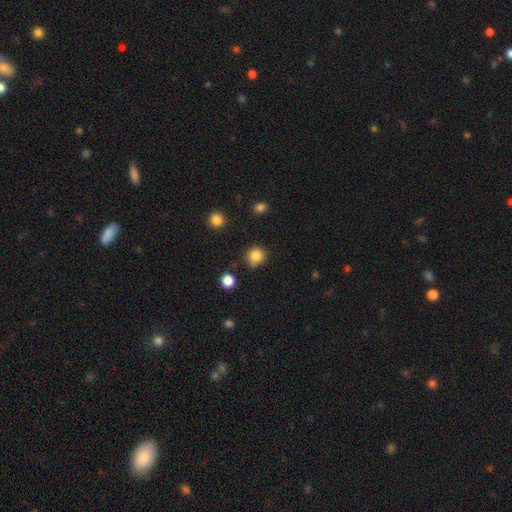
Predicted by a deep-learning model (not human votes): smooth 83%, star or artifact 11%, featured or disk 5%. Down the decision tree: how rounded — round (89%); merging — none (81%).